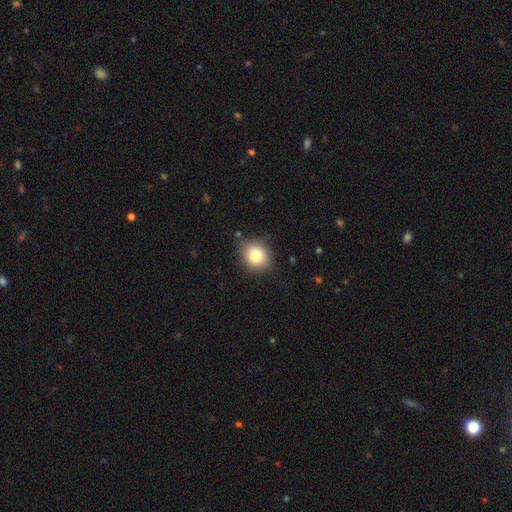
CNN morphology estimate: smooth_or_featured: smooth (p=0.81) [alt: star or artifact p=0.10]
how_rounded: round (p=0.62) [alt: in between p=0.37]
merging: none (p=0.82) [alt: minor disturbance p=0.13]